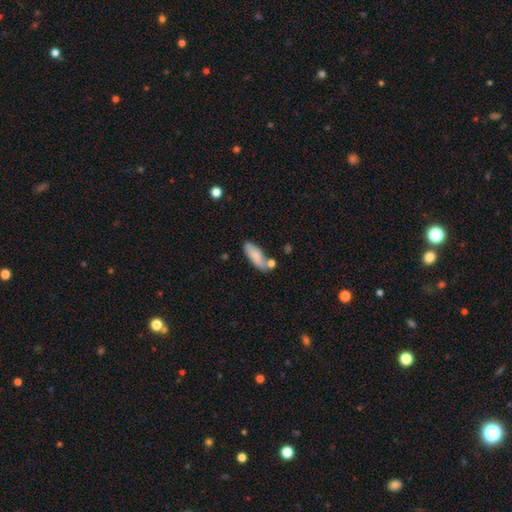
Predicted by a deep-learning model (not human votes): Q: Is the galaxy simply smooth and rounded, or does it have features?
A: smooth — 79%.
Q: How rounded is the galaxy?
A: in between — 70%.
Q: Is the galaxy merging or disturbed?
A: none — 57%.